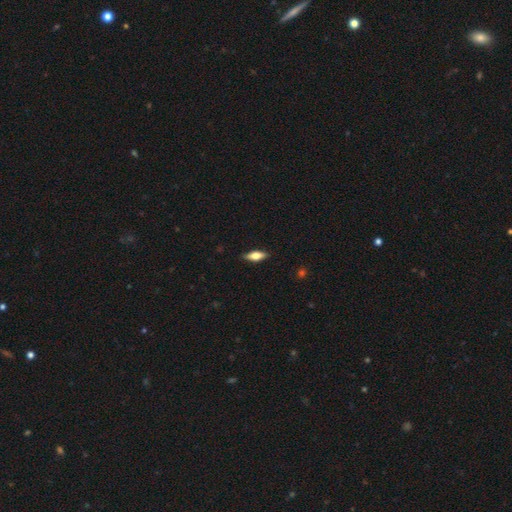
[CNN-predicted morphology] smooth_or_featured: smooth (p=0.58) [alt: featured or disk p=0.35]
how_rounded: in between (p=0.65) [alt: cigar-shaped p=0.32]
merging: none (p=0.87) [alt: minor disturbance p=0.10]